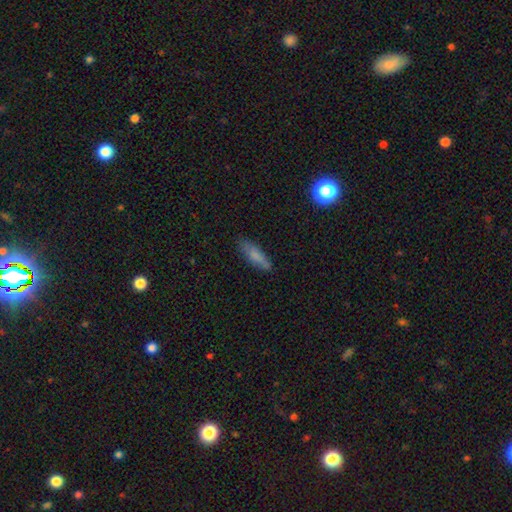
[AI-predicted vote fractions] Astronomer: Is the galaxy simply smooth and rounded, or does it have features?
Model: smooth — 78%.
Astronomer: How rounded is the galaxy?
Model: cigar-shaped — 58% (runner-up: in between, 40%).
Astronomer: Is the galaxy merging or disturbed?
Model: none — 76%.